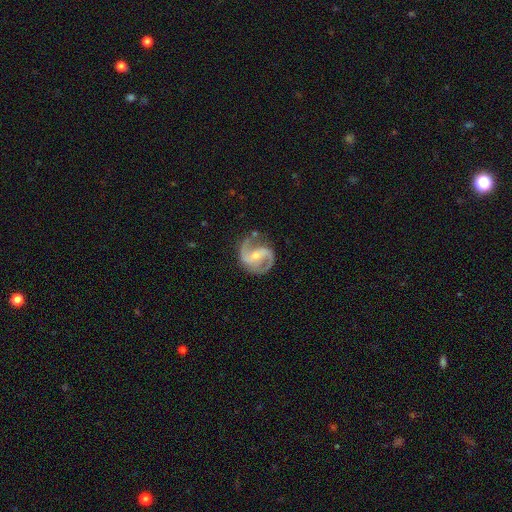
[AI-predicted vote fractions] Smooth or featured? Predicted: featured or disk (p=0.91). Edge-on disk? Predicted: no (p=0.98). Bar? Predicted: weak (p=0.39). Spiral arms? Predicted: yes (p=0.97). Spiral winding? Predicted: medium (p=0.58). Spiral arm count? Predicted: 2 (p=0.92). Bulge size? Predicted: small (p=0.56). Merging? Predicted: none (p=0.76).